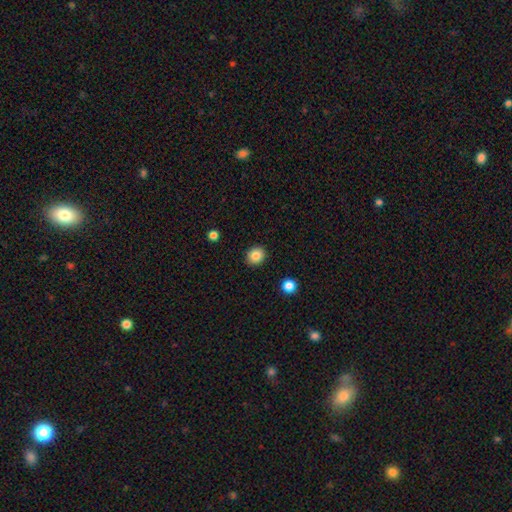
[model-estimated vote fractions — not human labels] A smooth galaxy with no disk features (85%) that is round (80%). Merging: none (92%).